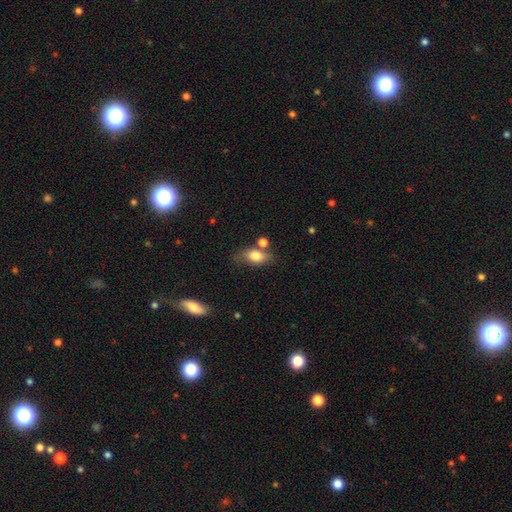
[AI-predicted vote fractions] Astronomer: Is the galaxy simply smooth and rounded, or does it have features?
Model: smooth — 77%.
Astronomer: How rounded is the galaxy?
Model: in between — 82%.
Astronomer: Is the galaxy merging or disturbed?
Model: none — 58%.